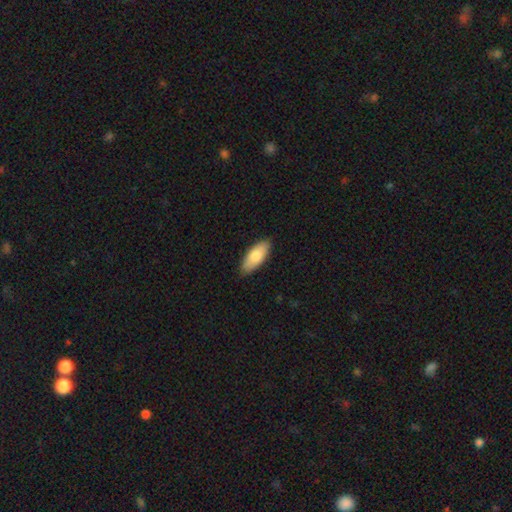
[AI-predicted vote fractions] This appears to be a smooth galaxy with no disk features (80%) that is in between round and cigar-shaped (81%). Merging: none (85%).